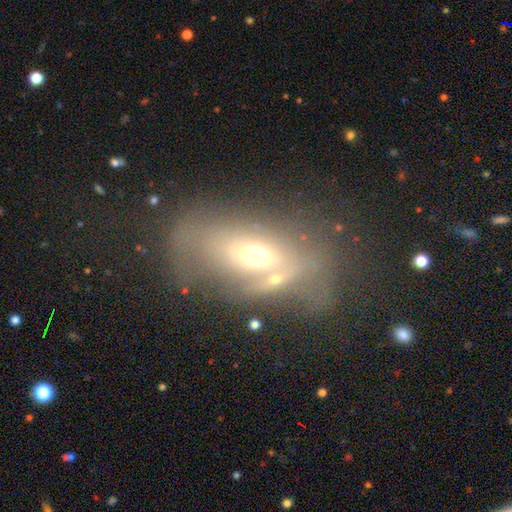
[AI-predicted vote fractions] Overall: featured or disk (47%; smooth 40%). Merging: none (36%; major disturbance 27%).